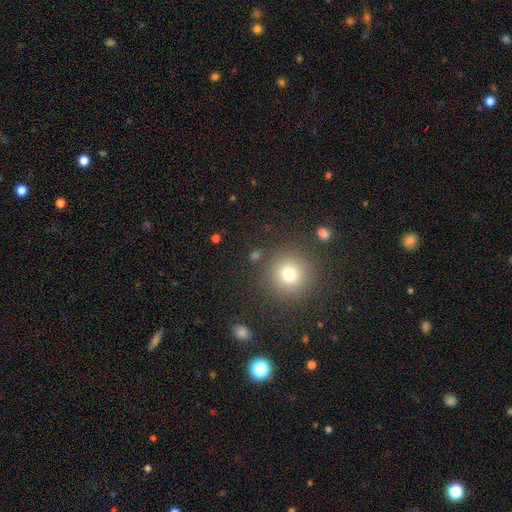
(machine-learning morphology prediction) smooth-or-featured: smooth: 67% | star or artifact: 24% | featured or disk: 9%
  how-rounded: round: 93% | in between: 6% | cigar-shaped: 1%
  merging: none: 88% | minor disturbance: 6% | major disturbance: 3% | merger: 3%